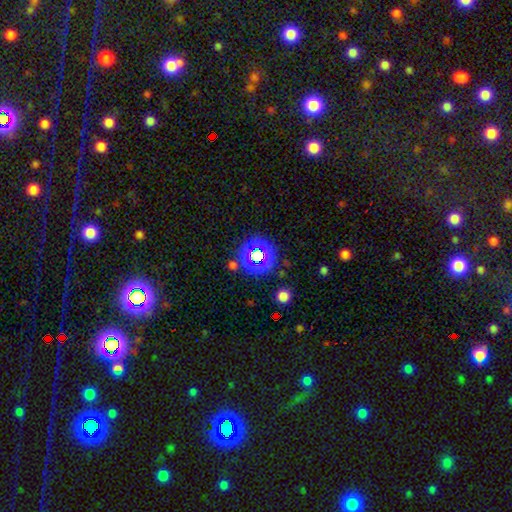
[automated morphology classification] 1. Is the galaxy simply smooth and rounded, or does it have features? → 53% star or artifact, 34% smooth, 13% featured or disk.